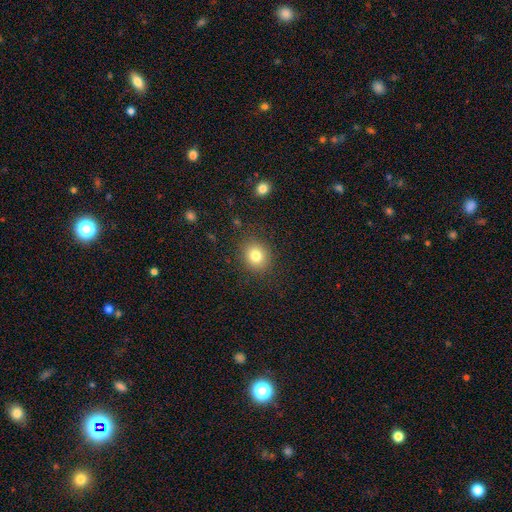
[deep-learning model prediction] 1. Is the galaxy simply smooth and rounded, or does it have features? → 80% smooth, 12% star or artifact, 8% featured or disk.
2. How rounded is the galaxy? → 77% round, 22% in between, 1% cigar-shaped.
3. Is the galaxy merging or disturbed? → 87% none, 9% minor disturbance, 3% major disturbance, 1% merger.